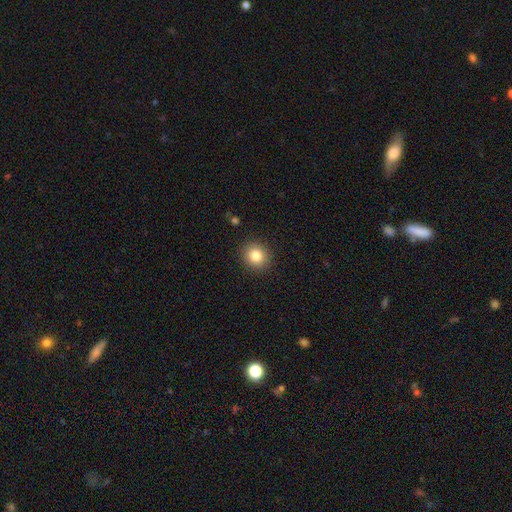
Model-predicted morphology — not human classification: This appears to be a smooth galaxy with no disk features (83%) that is round (83%). Merging: none (90%).